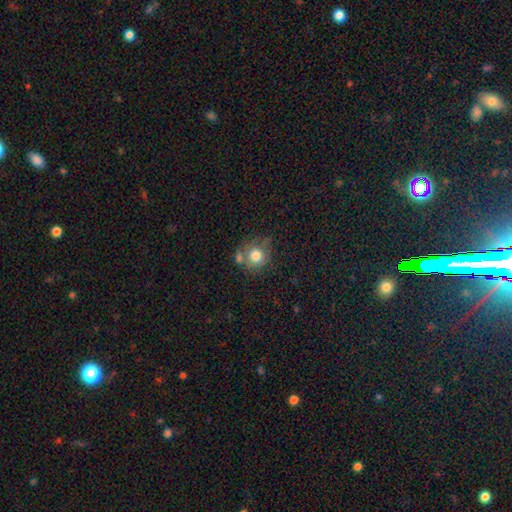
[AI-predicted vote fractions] This is likely a smooth galaxy (76%). How rounded: clearly round (86%). Merging: possibly none (52%).